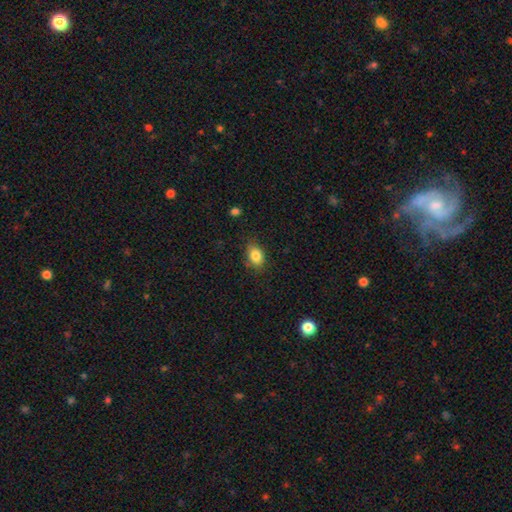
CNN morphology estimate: smooth_or_featured: smooth (p=0.83) [alt: star or artifact p=0.09]
how_rounded: in between (p=0.82) [alt: round p=0.16]
merging: none (p=0.80) [alt: minor disturbance p=0.15]